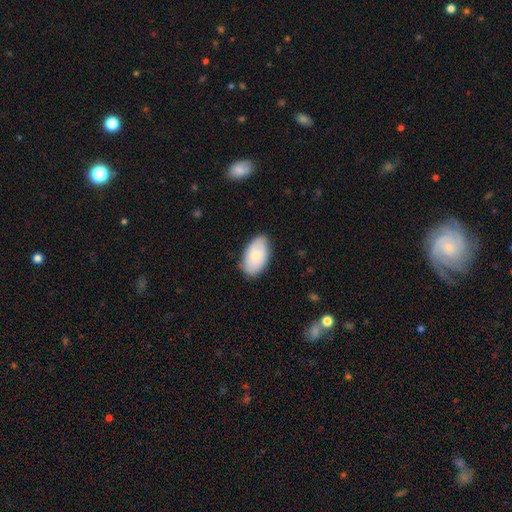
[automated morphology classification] smooth 78%, featured or disk 17%, star or artifact 6%. Down the decision tree: how rounded — in between (95%); merging — none (82%).